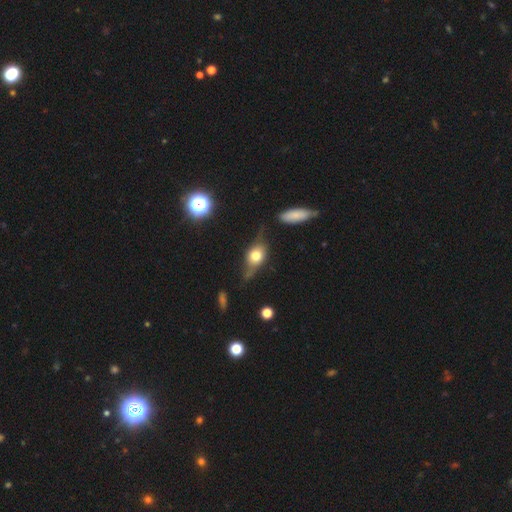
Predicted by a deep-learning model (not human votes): Overall: smooth (55%; featured or disk 35%). How rounded: in between (64%; round 27%). Merging: none (51%; minor disturbance 29%).